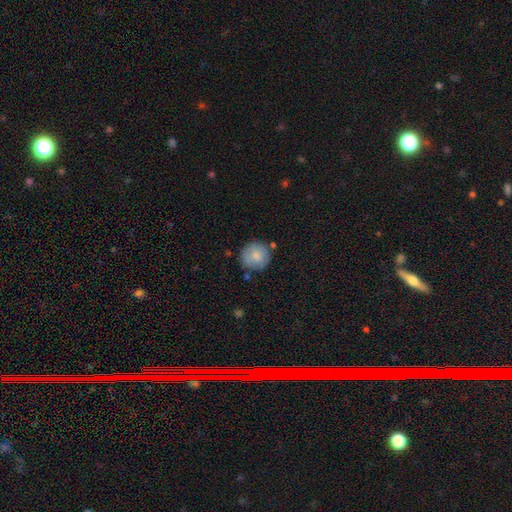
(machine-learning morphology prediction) A smooth galaxy with no disk features (81%) that is round (93%).

Vote fractions:
- Smooth or featured? smooth: 81% / featured or disk: 12% / star or artifact: 7%
- How rounded? round: 93% / in between: 6% / cigar-shaped: 1%
- Merging? none: 78% / minor disturbance: 14% / merger: 5% / major disturbance: 3%